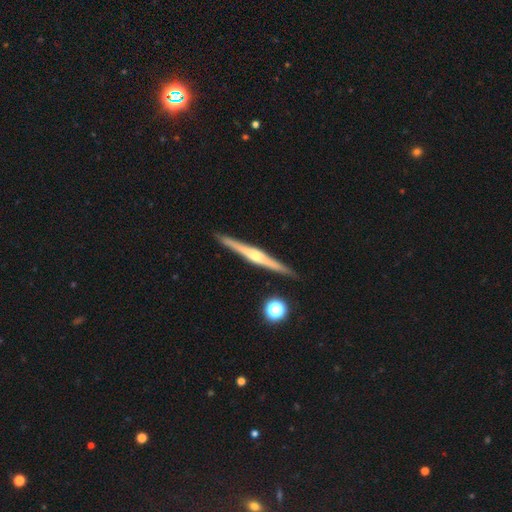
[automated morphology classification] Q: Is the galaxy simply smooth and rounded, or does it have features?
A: featured or disk — 80%.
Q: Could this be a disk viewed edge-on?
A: yes — 98%.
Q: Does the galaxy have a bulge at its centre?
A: rounded — 85%.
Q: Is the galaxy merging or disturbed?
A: none — 91%.